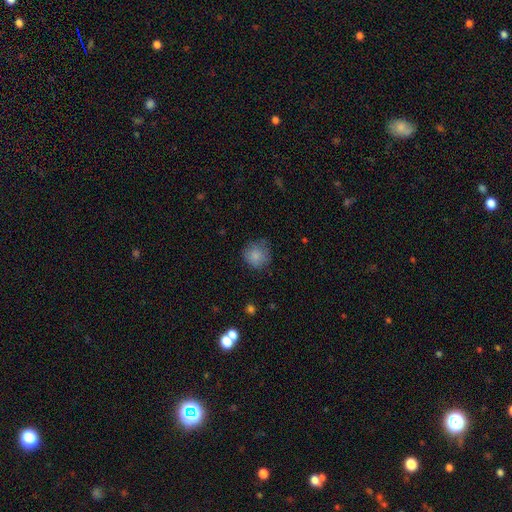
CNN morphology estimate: Q: Smooth or featured?
A: smooth (83%); runner-up: star or artifact (9%)
Q: How rounded?
A: round (89%); runner-up: in between (10%)
Q: Merging?
A: none (72%); runner-up: minor disturbance (21%)